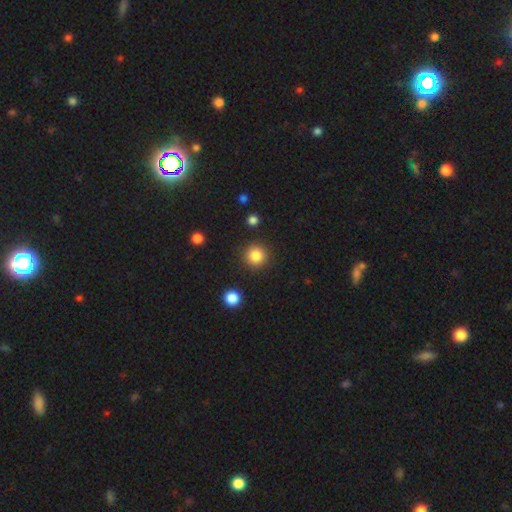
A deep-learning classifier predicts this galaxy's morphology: smooth_or_featured: smooth (p=0.85) [alt: star or artifact p=0.10]
how_rounded: round (p=0.95) [alt: in between p=0.04]
merging: none (p=0.90) [alt: minor disturbance p=0.06]